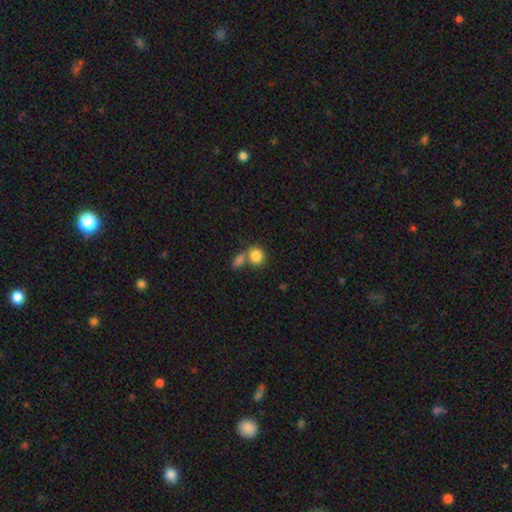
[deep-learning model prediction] smooth_or_featured: smooth (p=0.85) [alt: star or artifact p=0.08]
how_rounded: round (p=0.72) [alt: in between p=0.26]
merging: none (p=0.46) [alt: merger p=0.41]